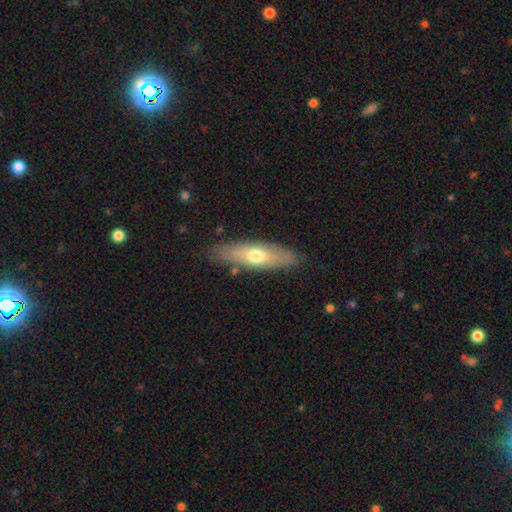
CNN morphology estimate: Smooth or featured? smooth (59%)
How rounded? cigar-shaped (56%)
Merging? none (84%)